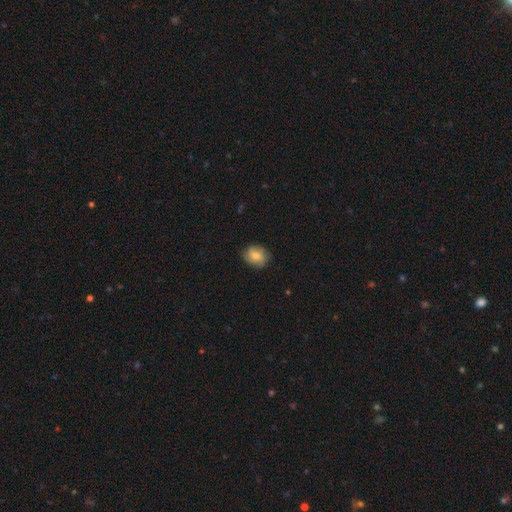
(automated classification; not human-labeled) A smooth galaxy with no disk features (74%) that is round (54%). Merging: none (81%).